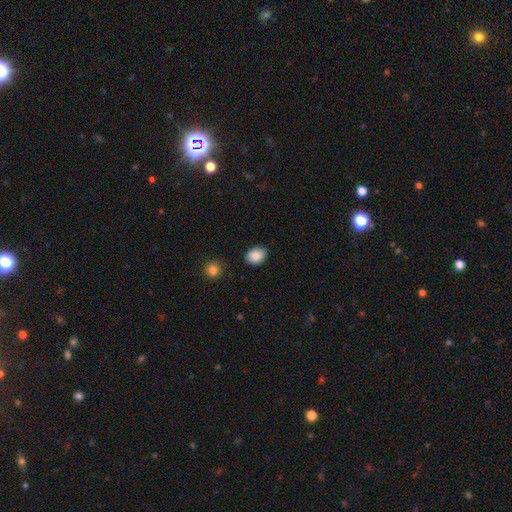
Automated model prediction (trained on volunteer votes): smooth 88%, star or artifact 8%, featured or disk 5%. Down the decision tree: how rounded — in between (61%); merging — none (77%).